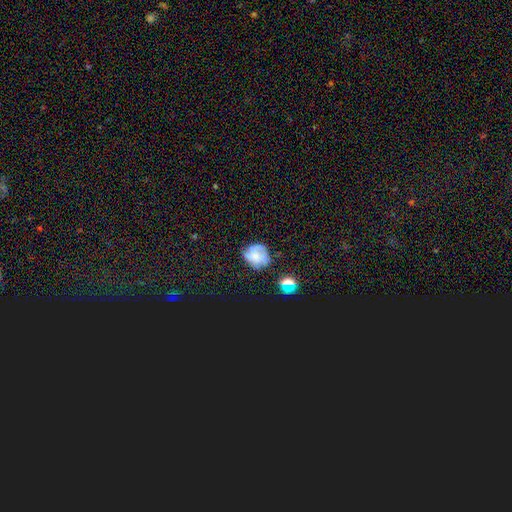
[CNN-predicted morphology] Smooth or featured?
  - smooth: 44% *
  - featured or disk: 36%
  - star or artifact: 20%
Merging?
  - none: 53% *
  - minor disturbance: 27%
  - major disturbance: 15%
  - merger: 5%